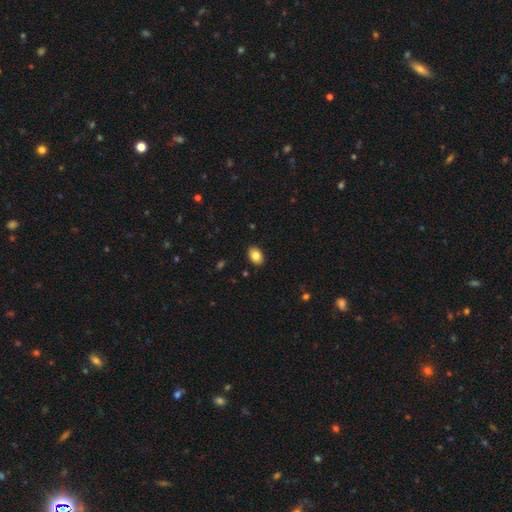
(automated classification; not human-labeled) Morphology: type=smooth (84%); roundness=in between (78%); merging=none (90%).